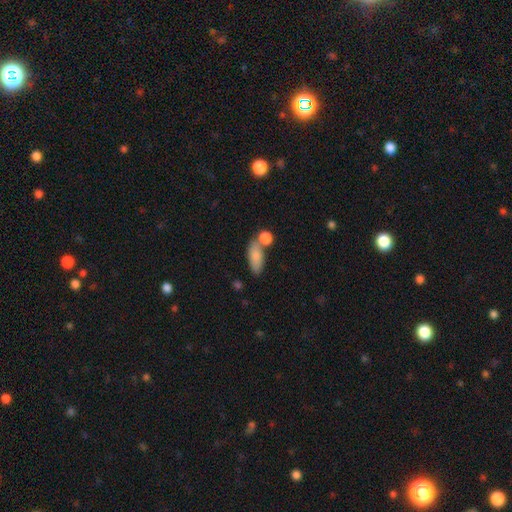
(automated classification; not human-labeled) Q: Smooth or featured?
A: smooth (84%); runner-up: featured or disk (9%)
Q: How rounded?
A: in between (79%); runner-up: cigar-shaped (15%)
Q: Merging?
A: none (54%); runner-up: merger (26%)